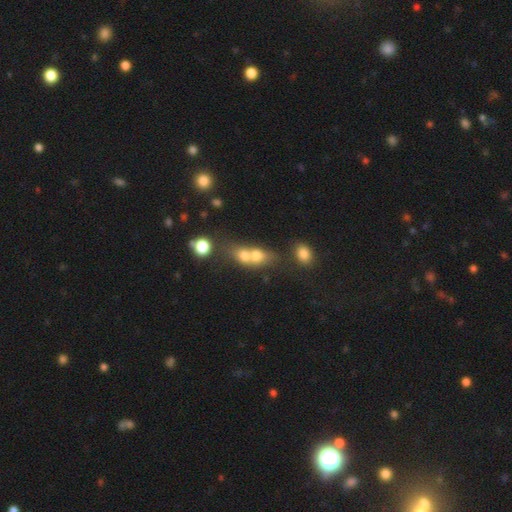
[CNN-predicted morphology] smooth-or-featured: smooth: 67% | featured or disk: 21% | star or artifact: 12%
  how-rounded: round: 47% | in between: 46% | cigar-shaped: 7%
  merging: merger: 71% | none: 19% | minor disturbance: 6% | major disturbance: 4%